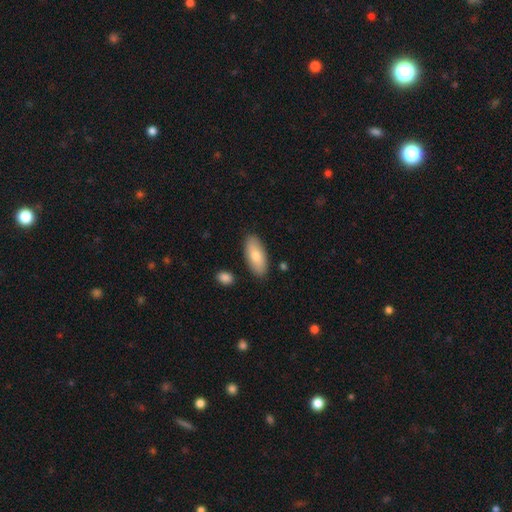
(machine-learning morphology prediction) smooth 76%, featured or disk 19%, star or artifact 6%. Down the decision tree: how rounded — in between (84%); merging — none (87%).